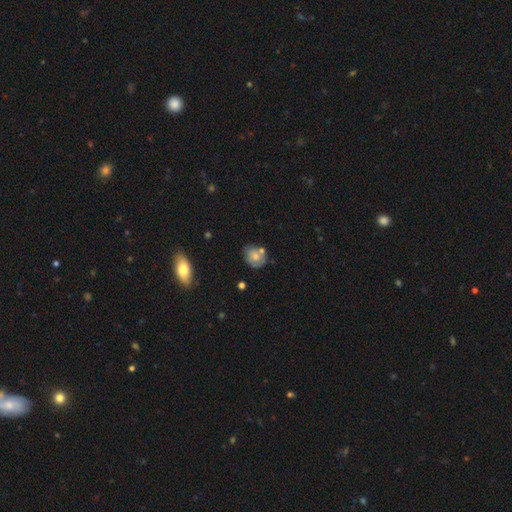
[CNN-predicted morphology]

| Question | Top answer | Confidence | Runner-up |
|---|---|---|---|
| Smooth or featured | smooth | 60% | featured or disk (31%) |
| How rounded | round | 59% | in between (40%) |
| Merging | none | 56% | minor disturbance (24%) |